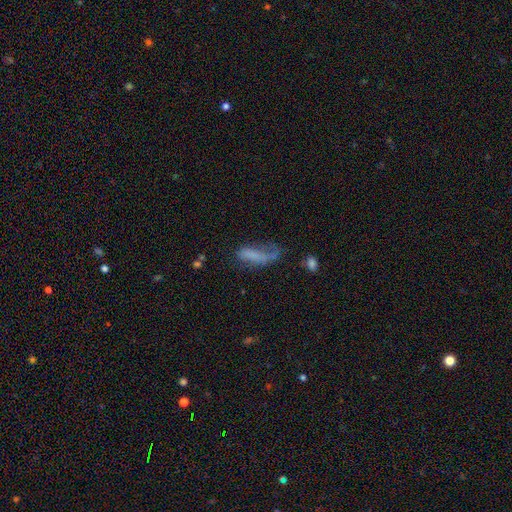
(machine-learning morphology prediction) Overall: smooth (60%; featured or disk 28%). How rounded: in between (56%; cigar-shaped 41%). Merging: major disturbance (39%; none 29%).